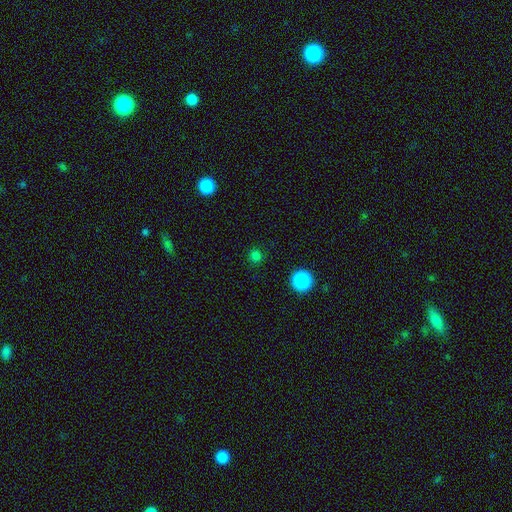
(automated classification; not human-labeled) Morphology: type=smooth (74%); roundness=round (93%); merging=none (89%).